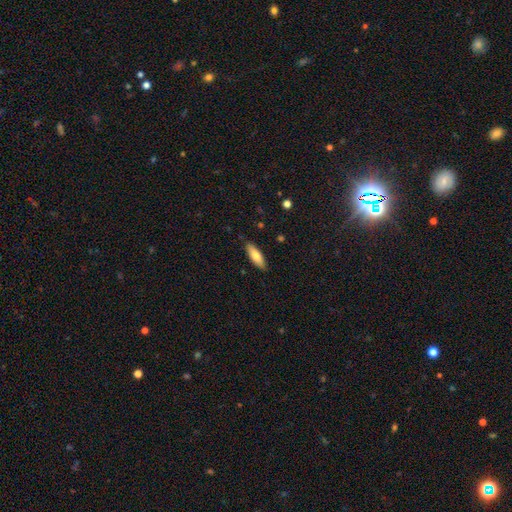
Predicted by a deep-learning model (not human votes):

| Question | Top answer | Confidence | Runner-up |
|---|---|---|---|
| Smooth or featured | smooth | 73% | featured or disk (21%) |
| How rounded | in between | 57% | cigar-shaped (41%) |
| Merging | none | 88% | minor disturbance (9%) |